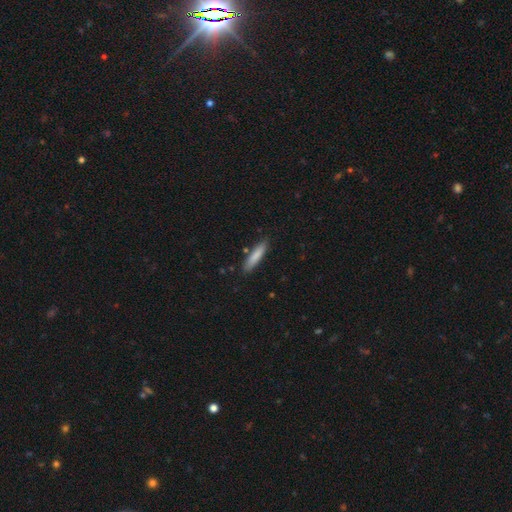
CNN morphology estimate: Smooth or featured? Predicted: smooth (p=0.83). How rounded? Predicted: cigar-shaped (p=0.83). Merging? Predicted: none (p=0.85).